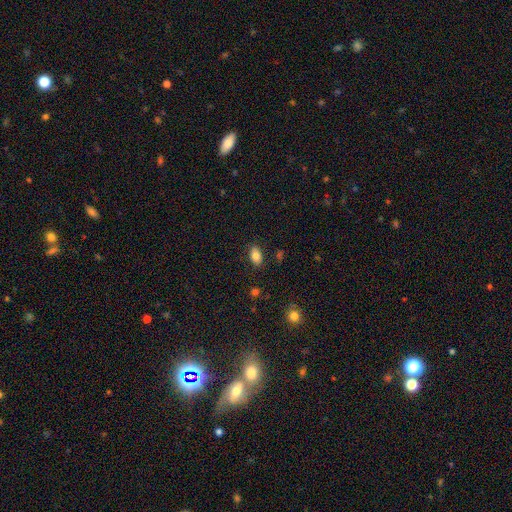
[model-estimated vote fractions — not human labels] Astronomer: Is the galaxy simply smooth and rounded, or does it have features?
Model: smooth — 82%.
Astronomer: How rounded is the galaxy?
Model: in between — 89%.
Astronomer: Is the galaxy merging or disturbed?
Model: none — 84%.